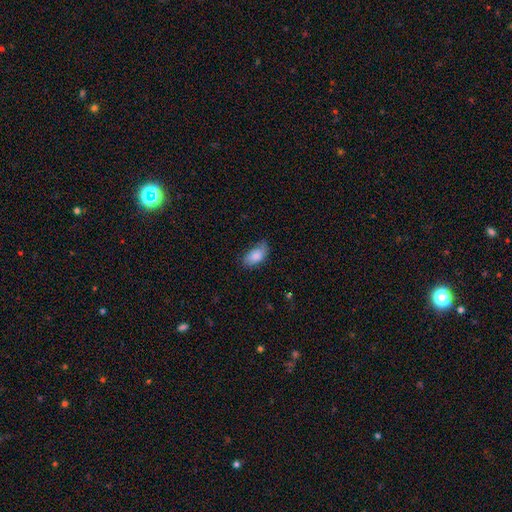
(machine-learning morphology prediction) This is clearly a smooth galaxy (84%). How rounded: clearly in between (93%). Merging: likely none (61%).